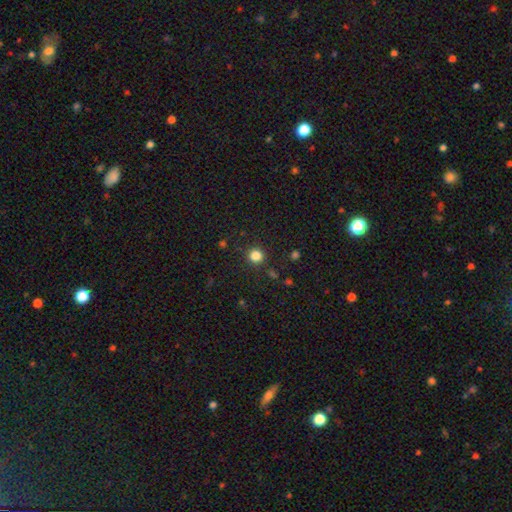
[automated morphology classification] Smooth or featured? smooth (83%)
How rounded? round (93%)
Merging? none (90%)